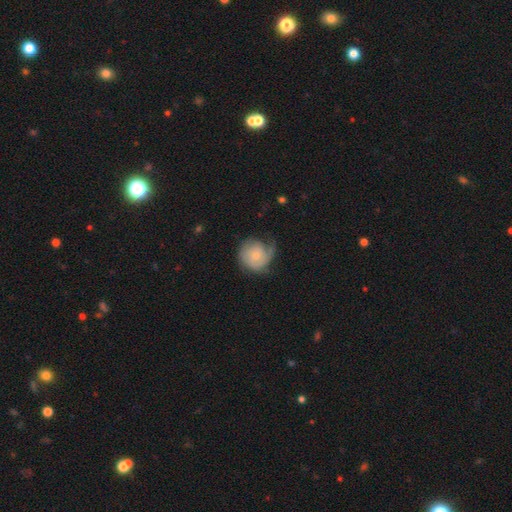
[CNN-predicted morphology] This is possibly a smooth galaxy (49%). Merging: marginally none (43%).